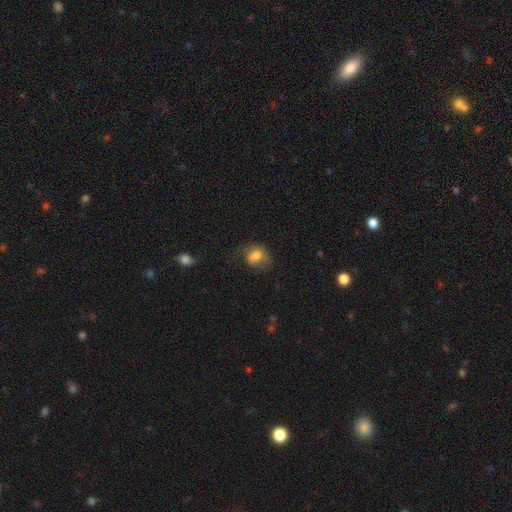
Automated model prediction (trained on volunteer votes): Q: Smooth or featured?
A: smooth (73%); runner-up: featured or disk (17%)
Q: How rounded?
A: in between (52%); runner-up: round (46%)
Q: Merging?
A: none (40%); runner-up: major disturbance (29%)